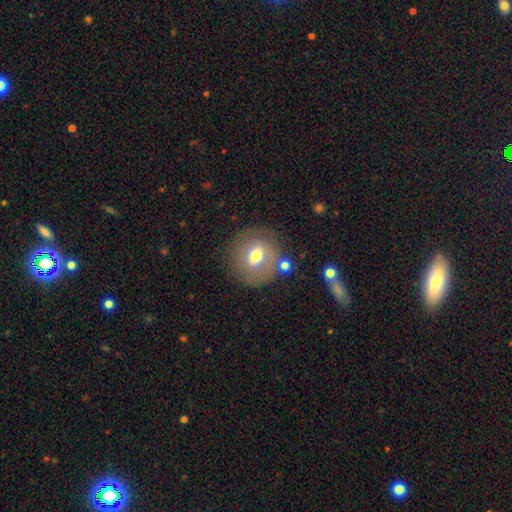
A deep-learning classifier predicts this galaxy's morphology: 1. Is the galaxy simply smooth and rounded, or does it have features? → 58% smooth, 33% featured or disk, 9% star or artifact.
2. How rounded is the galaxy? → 80% round, 19% in between, 1% cigar-shaped.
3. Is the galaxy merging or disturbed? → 72% none, 15% minor disturbance, 7% merger, 6% major disturbance.